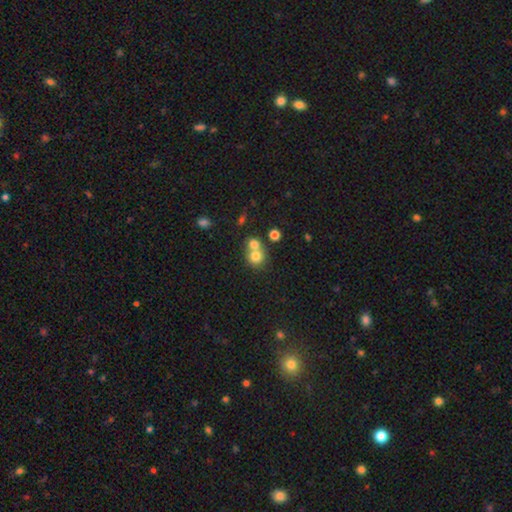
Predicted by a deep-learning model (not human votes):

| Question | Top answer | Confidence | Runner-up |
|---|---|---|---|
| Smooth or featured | smooth | 75% | featured or disk (13%) |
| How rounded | round | 82% | in between (17%) |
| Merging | merger | 53% | none (38%) |